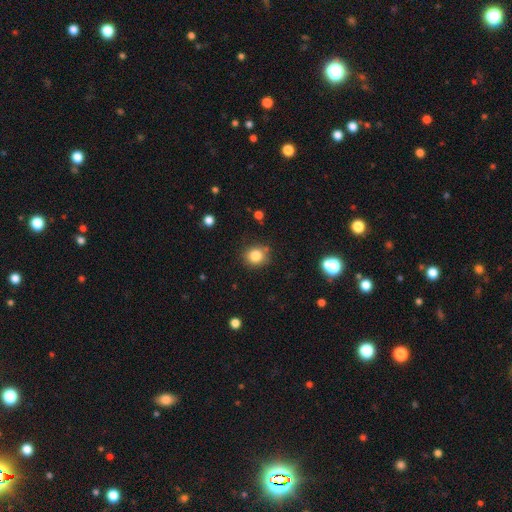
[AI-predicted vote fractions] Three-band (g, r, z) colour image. It shows a smooth galaxy with no disk features (83%) that is round (84%). Merging: none (83%).